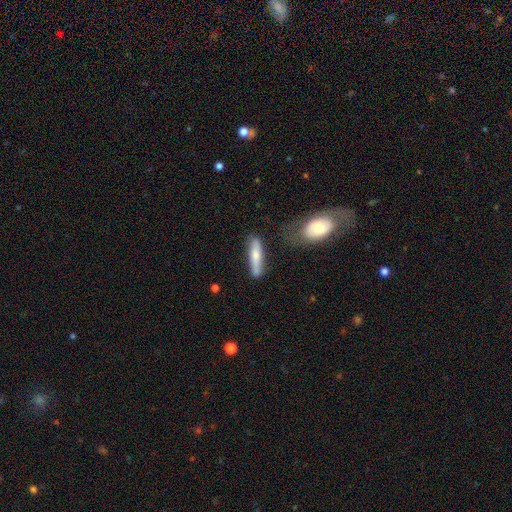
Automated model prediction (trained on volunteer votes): The model was most divided on "smooth or featured": smooth: 64%, featured or disk: 30%, star or artifact: 6%. More confident: how rounded — cigar-shaped (81%); merging — none (70%).